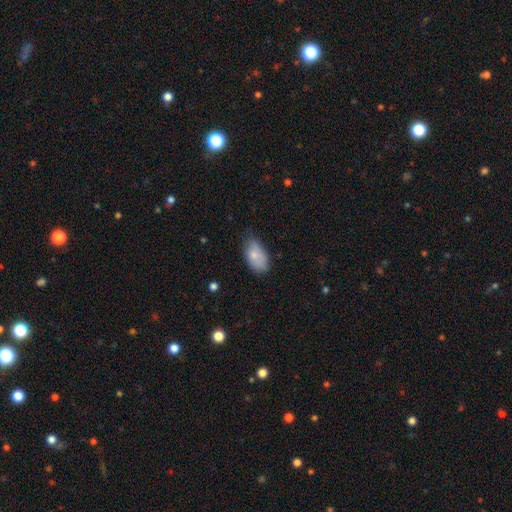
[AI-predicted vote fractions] smooth_or_featured: smooth (p=0.78) [alt: featured or disk p=0.15]
how_rounded: in between (p=0.93) [alt: round p=0.05]
merging: none (p=0.58) [alt: minor disturbance p=0.32]